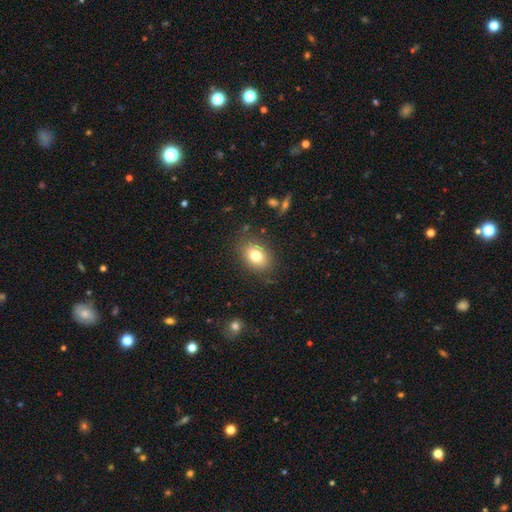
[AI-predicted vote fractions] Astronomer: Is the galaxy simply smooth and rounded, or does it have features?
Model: smooth — 78%.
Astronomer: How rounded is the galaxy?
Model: in between — 67%.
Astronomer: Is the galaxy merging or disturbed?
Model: none — 83%.